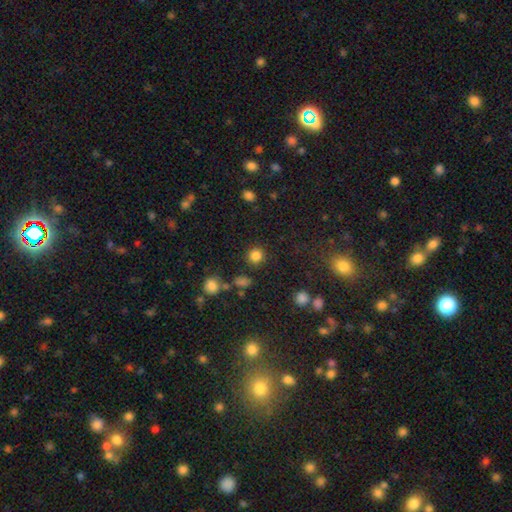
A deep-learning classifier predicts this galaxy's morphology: smooth 82%, star or artifact 13%, featured or disk 4%. Down the decision tree: how rounded — round (91%); merging — none (86%).